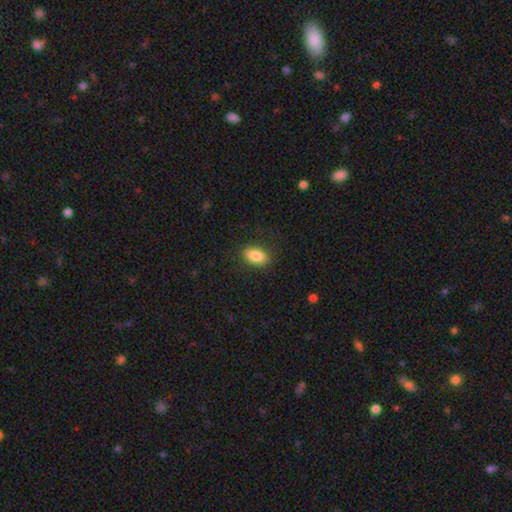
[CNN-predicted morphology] smooth_or_featured: smooth (p=0.86) [alt: star or artifact p=0.08]
how_rounded: in between (p=0.90) [alt: round p=0.08]
merging: none (p=0.85) [alt: minor disturbance p=0.11]